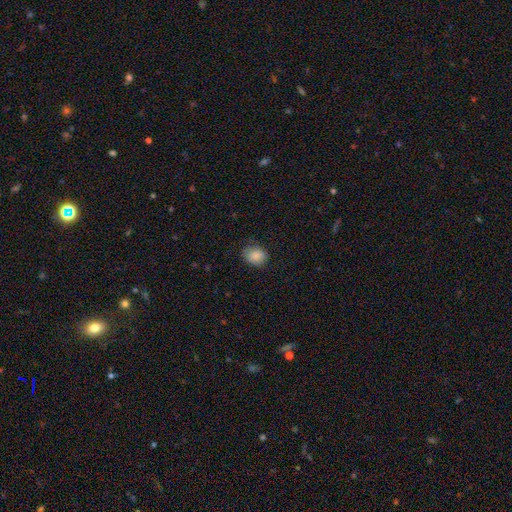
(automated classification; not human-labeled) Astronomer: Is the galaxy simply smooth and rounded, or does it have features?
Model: smooth — 87%.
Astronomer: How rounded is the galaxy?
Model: in between — 50% (runner-up: round, 49%).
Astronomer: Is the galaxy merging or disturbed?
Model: none — 74%.